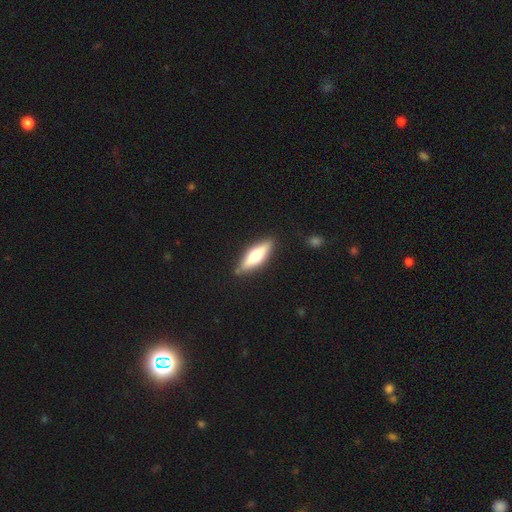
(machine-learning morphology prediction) smooth_or_featured: smooth (p=0.53) [alt: featured or disk p=0.42]
how_rounded: cigar-shaped (p=0.59) [alt: in between p=0.39]
merging: none (p=0.86) [alt: minor disturbance p=0.10]